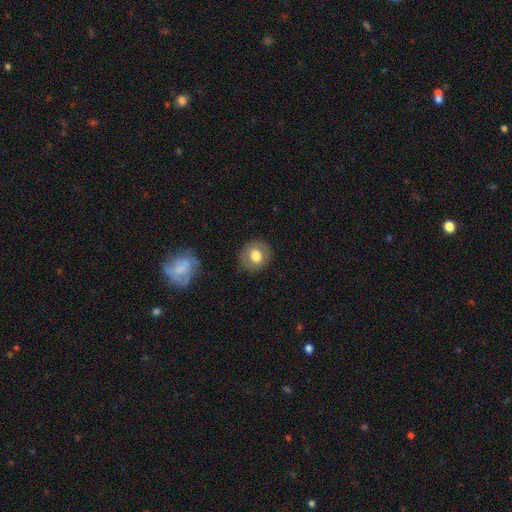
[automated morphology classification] Smooth or featured? Predicted: smooth (p=0.70). How rounded? Predicted: round (p=0.81). Merging? Predicted: none (p=0.85).